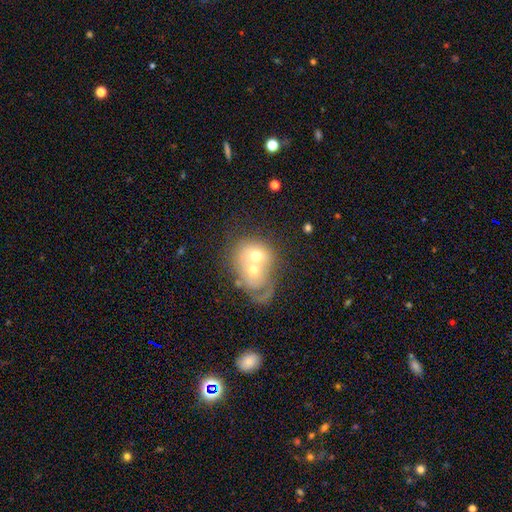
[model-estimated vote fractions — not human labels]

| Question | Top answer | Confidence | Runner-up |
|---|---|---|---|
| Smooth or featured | smooth | 50% | featured or disk (40%) |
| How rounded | round | 58% | in between (41%) |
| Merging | merger | 76% | none (11%) |